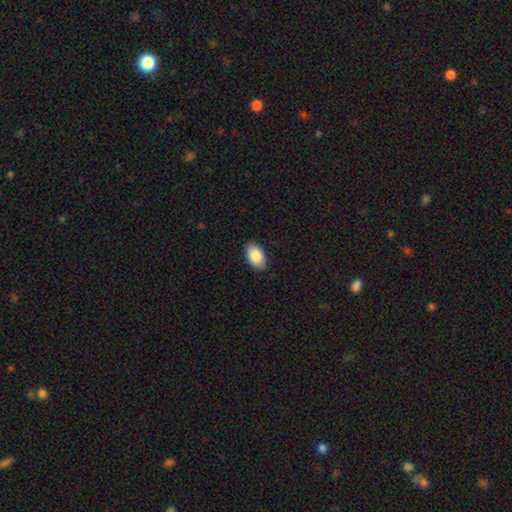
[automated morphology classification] Q: Smooth or featured?
A: smooth (88%); runner-up: star or artifact (6%)
Q: How rounded?
A: in between (94%); runner-up: round (5%)
Q: Merging?
A: none (89%); runner-up: minor disturbance (9%)